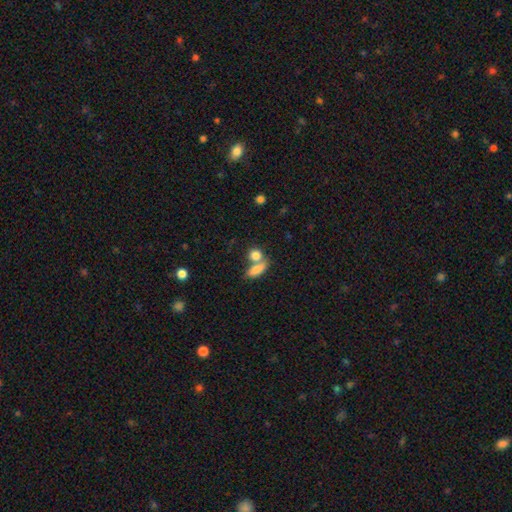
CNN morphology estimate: A smooth galaxy with no disk features (82%) that is in between round and cigar-shaped (47%).

Vote fractions:
- Smooth or featured? smooth: 82% / featured or disk: 9% / star or artifact: 9%
- How rounded? in between: 47% / round: 45% / cigar-shaped: 7%
- Merging? merger: 46% / none: 42% / minor disturbance: 8% / major disturbance: 4%